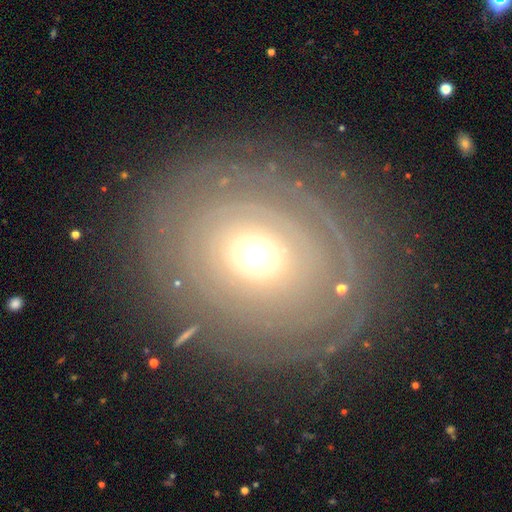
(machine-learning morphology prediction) Q: Smooth or featured?
A: featured or disk (70%); runner-up: smooth (22%)
Q: Edge-on disk?
A: no (95%); runner-up: yes (5%)
Q: Bar?
A: no (87%); runner-up: weak (9%)
Q: Spiral arms?
A: yes (58%); runner-up: no (42%)
Q: Bulge size?
A: moderate (58%); runner-up: small (24%)
Q: Merging?
A: none (79%); runner-up: minor disturbance (12%)